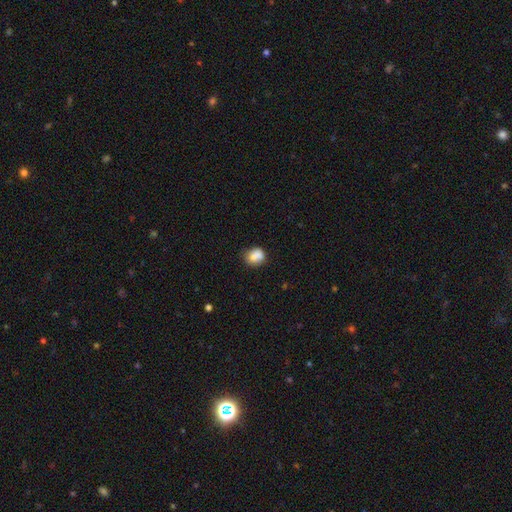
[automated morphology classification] Smooth or featured? Predicted: smooth (p=0.79). How rounded? Predicted: round (p=0.59). Merging? Predicted: none (p=0.52).